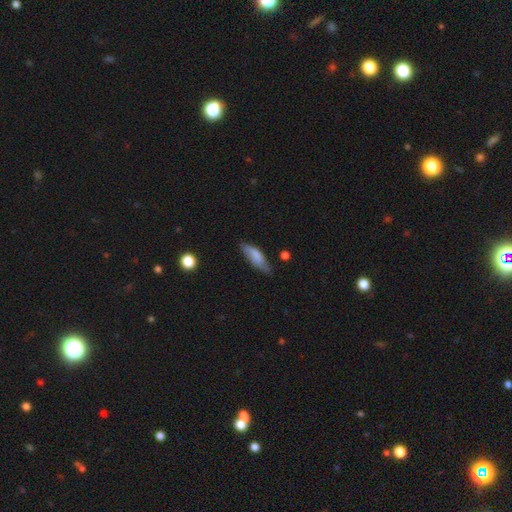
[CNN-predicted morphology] smooth_or_featured: smooth (p=0.74) [alt: featured or disk p=0.19]
how_rounded: in between (p=0.57) [alt: cigar-shaped p=0.41]
merging: none (p=0.62) [alt: minor disturbance p=0.30]